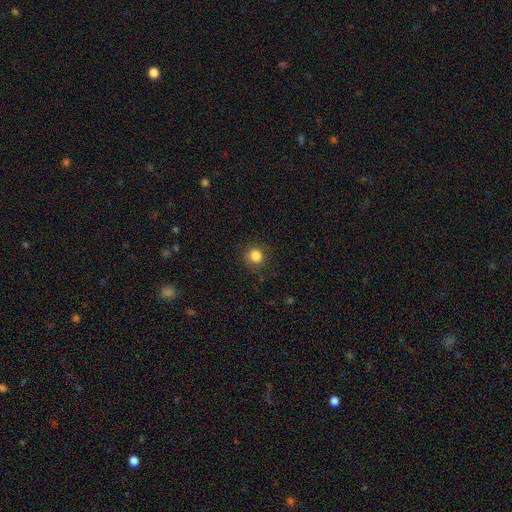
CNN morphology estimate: Smooth or featured? Predicted: smooth (p=0.84). How rounded? Predicted: round (p=0.88). Merging? Predicted: none (p=0.88).